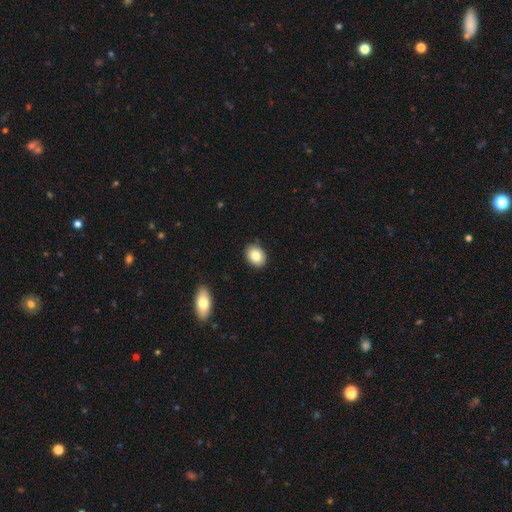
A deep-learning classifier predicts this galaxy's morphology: This is clearly a smooth galaxy (84%). How rounded: likely in between (65%). Merging: clearly none (89%).